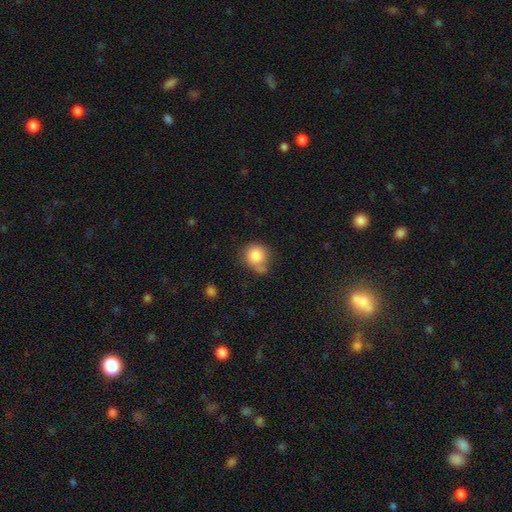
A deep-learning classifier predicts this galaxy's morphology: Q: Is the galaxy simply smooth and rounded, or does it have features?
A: smooth — 84%.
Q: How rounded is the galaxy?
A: round — 82%.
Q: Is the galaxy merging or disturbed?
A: none — 51%.